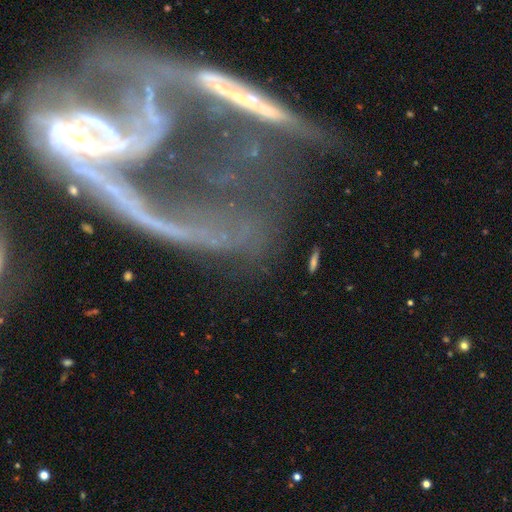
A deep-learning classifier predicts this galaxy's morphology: smooth_or_featured: featured or disk (p=0.54) [alt: star or artifact p=0.26]
disk_edge_on: no (p=0.68) [alt: yes p=0.32]
merging: none (p=0.52) [alt: major disturbance p=0.20]